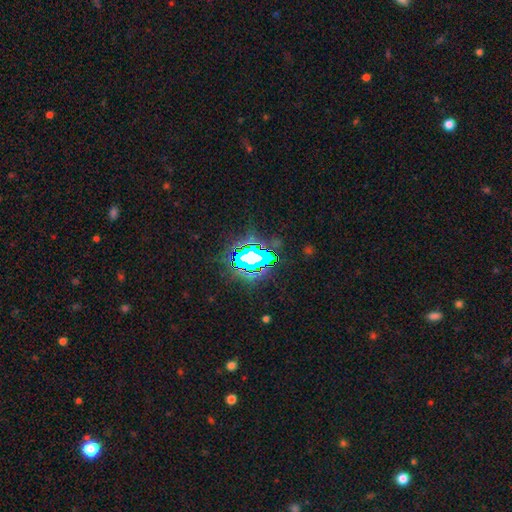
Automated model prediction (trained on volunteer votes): Smooth or featured? star or artifact (71%)